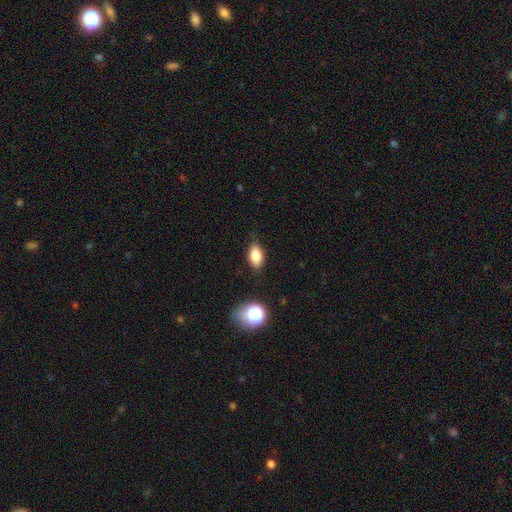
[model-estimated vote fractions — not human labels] Smooth or featured: smooth — 81% (star or artifact — 10%)
How rounded: in between — 88% (round — 7%)
Merging: none — 81% (minor disturbance — 14%)